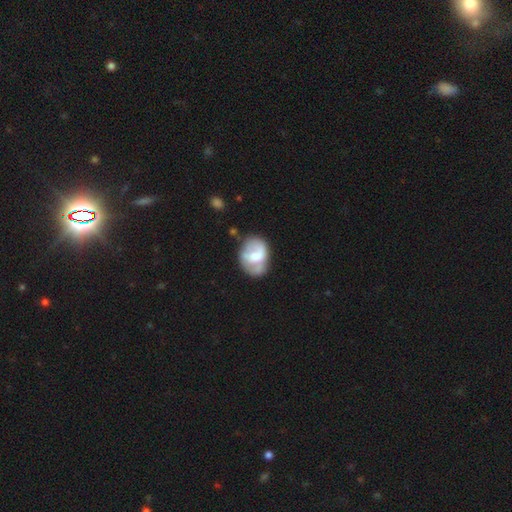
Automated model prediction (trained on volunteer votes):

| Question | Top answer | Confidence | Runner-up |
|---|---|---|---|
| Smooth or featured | smooth | 51% | featured or disk (42%) |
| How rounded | in between | 63% | round (36%) |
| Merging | none | 45% | minor disturbance (30%) |